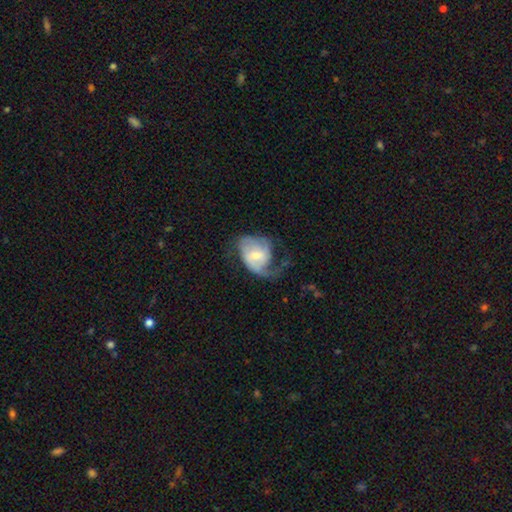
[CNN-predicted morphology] smooth-or-featured: featured or disk: 65% | smooth: 29% | star or artifact: 6%
  disk-edge-on: no: 97% | yes: 3%
    bar: weak: 47% | no: 42% | strong: 11%
    has-spiral-arms: yes: 83% | no: 17%
      spiral-winding: loose: 39% (tied) | medium: 39% (tied) | tight: 22%
      spiral-arm-count: 2: 47% | 1: 30% | can't tell: 15% | 3: 5% | 4: 2% | more than 4: 1%
    bulge-size: moderate: 51% | small: 39% | large: 6% | none: 3% | dominant: 1%
  merging: major disturbance: 40% | none: 34% | minor disturbance: 24% | merger: 2%